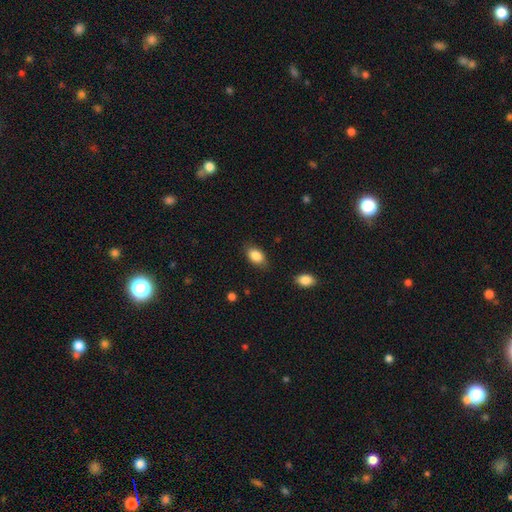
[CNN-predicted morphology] This is clearly a smooth galaxy (86%). How rounded: clearly in between (88%). Merging: clearly none (82%).